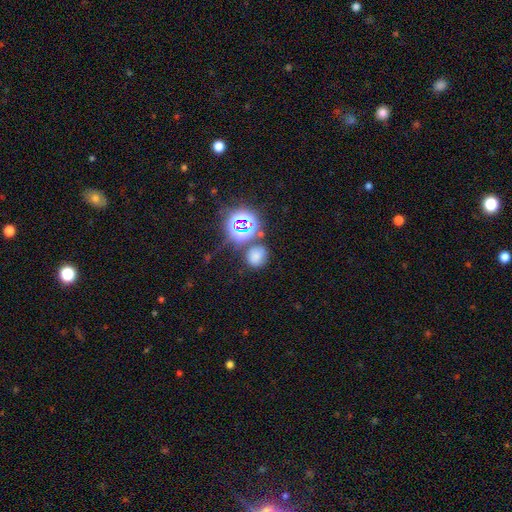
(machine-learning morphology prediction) Smooth or featured? Predicted: smooth (p=0.63). How rounded? Predicted: round (p=0.70). Merging? Predicted: none (p=0.70).